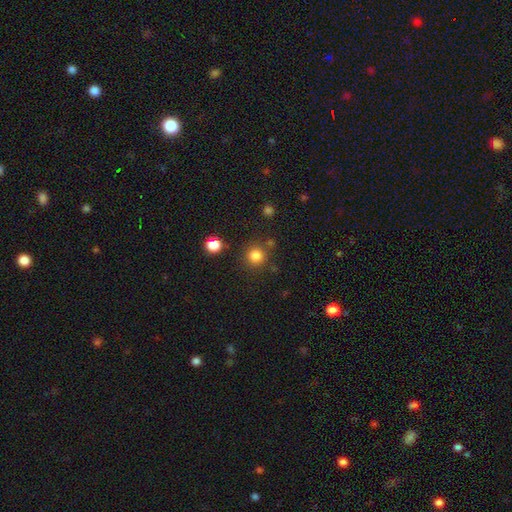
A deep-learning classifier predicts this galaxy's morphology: Q: Smooth or featured?
A: smooth (82%); runner-up: star or artifact (13%)
Q: How rounded?
A: round (93%); runner-up: in between (6%)
Q: Merging?
A: none (83%); runner-up: minor disturbance (8%)